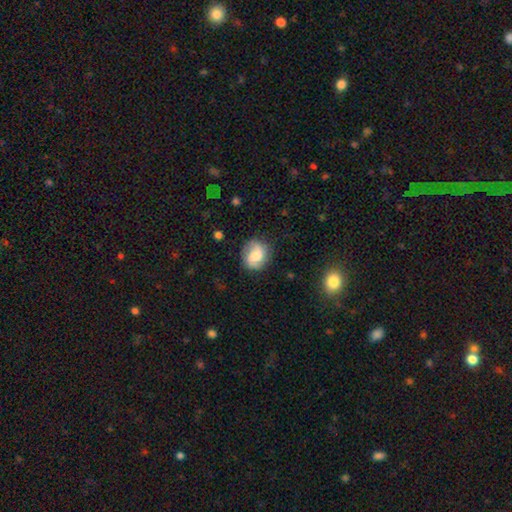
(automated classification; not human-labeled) This is possibly a smooth galaxy (48%). Merging: likely none (77%).